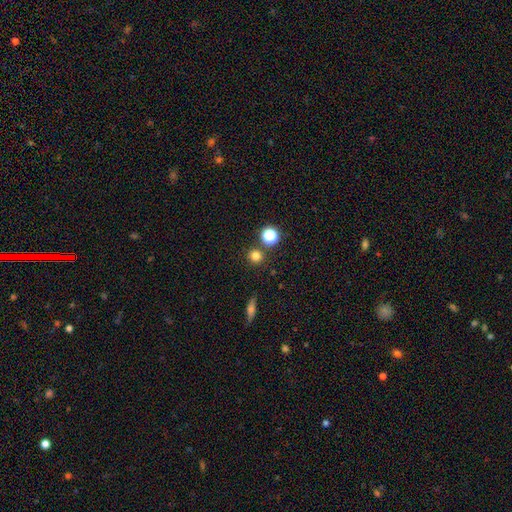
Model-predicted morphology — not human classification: smooth-or-featured: smooth: 78% | star or artifact: 16% | featured or disk: 6%
  how-rounded: round: 92% | in between: 7% | cigar-shaped: 1%
  merging: none: 83% | merger: 8% | minor disturbance: 7% | major disturbance: 3%